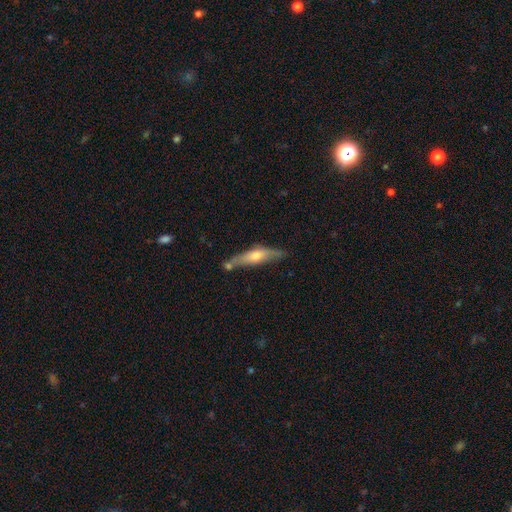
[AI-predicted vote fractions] Q: Smooth or featured?
A: featured or disk (51%); runner-up: smooth (42%)
Q: Edge-on disk?
A: yes (88%); runner-up: no (12%)
Q: Merging?
A: none (68%); runner-up: minor disturbance (18%)